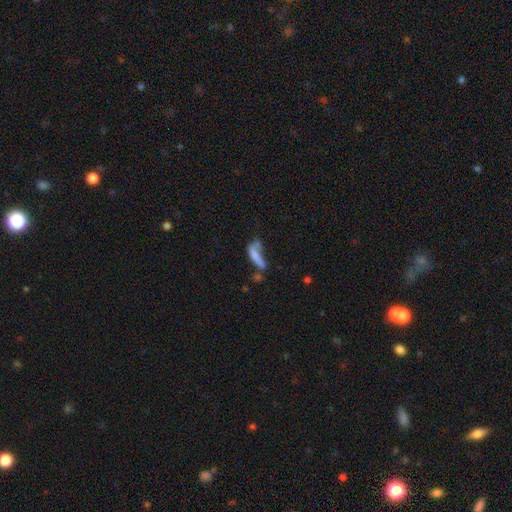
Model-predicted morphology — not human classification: This appears to be a smooth galaxy with no disk features (63%) that is cigar-shaped (60%). Merging: major disturbance (29%).